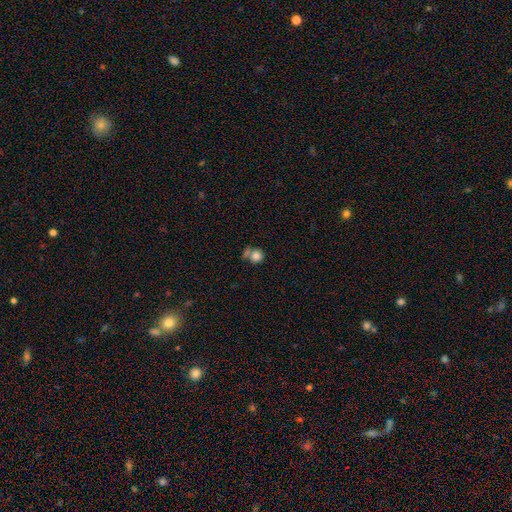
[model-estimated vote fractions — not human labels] The model was most divided on "merging": none: 42%, merger: 36%, minor disturbance: 13%, major disturbance: 9%. More confident: how rounded — round (83%); smooth or featured — smooth (81%).